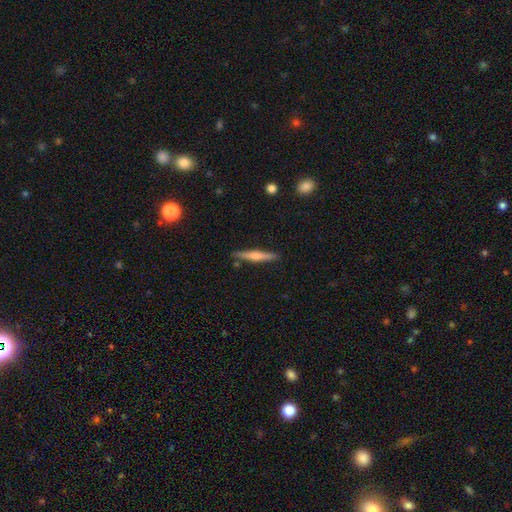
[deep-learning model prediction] Smooth or featured?
  - featured or disk: 57% *
  - smooth: 37%
  - star or artifact: 6%
Edge-on disk?
  - yes: 97% *
  - no: 3%
Edge-on bulge?
  - rounded: 78% *
  - none: 14%
  - boxy: 8%
Merging?
  - none: 89% *
  - minor disturbance: 8%
  - merger: 2%
  - major disturbance: 2%